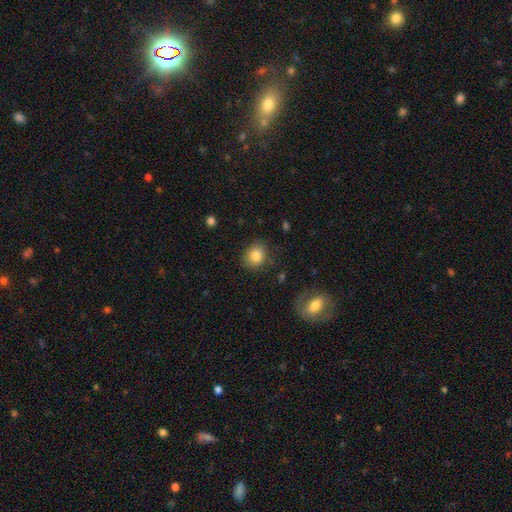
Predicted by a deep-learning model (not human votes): The model was most divided on "how rounded": round: 67%, in between: 32%, cigar-shaped: 1%. More confident: smooth or featured — smooth (83%); merging — none (83%).